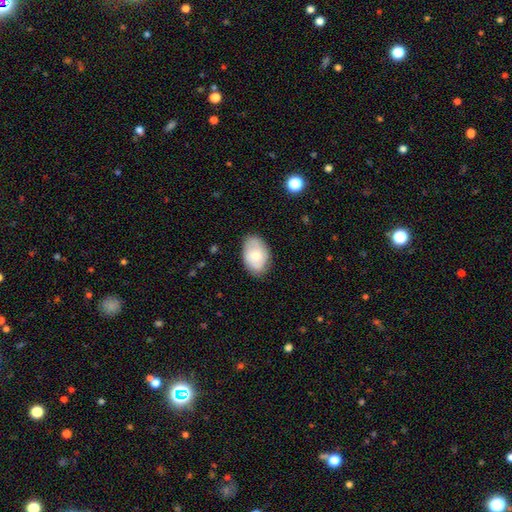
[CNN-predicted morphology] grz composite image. It shows a smooth galaxy with no disk features (66%) that is in between round and cigar-shaped (88%). Merging: none (79%).